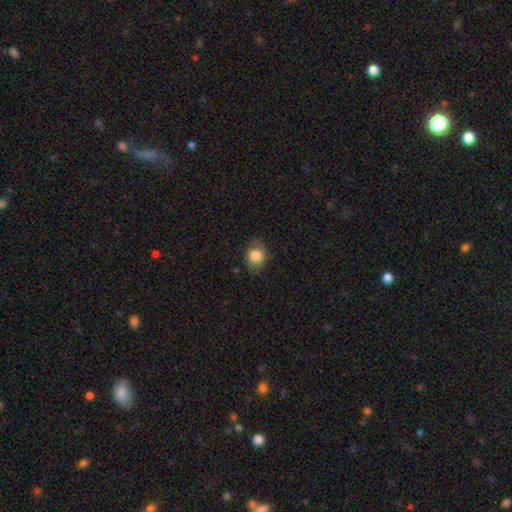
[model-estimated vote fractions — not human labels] smooth_or_featured: smooth (p=0.81) [alt: featured or disk p=0.10]
how_rounded: in between (p=0.50) [alt: round p=0.48]
merging: none (p=0.72) [alt: minor disturbance p=0.21]